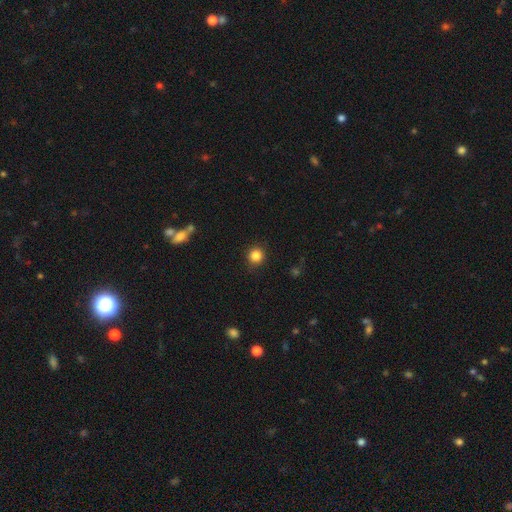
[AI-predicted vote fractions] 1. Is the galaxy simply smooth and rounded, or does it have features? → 85% smooth, 11% star or artifact, 4% featured or disk.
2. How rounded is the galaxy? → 93% round, 6% in between, 1% cigar-shaped.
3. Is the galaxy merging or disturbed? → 90% none, 7% minor disturbance, 2% major disturbance, 1% merger.